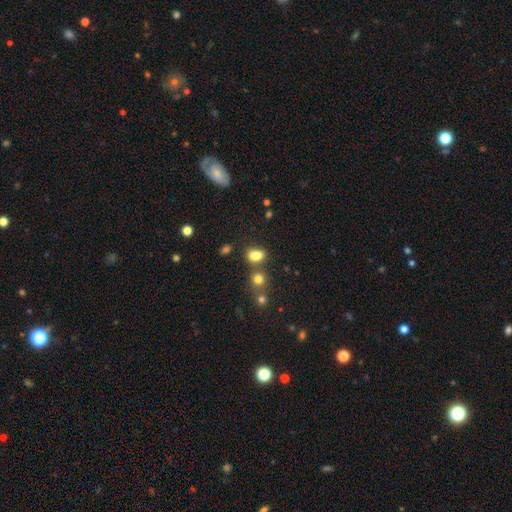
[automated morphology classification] A smooth galaxy with no disk features (80%) that is in between round and cigar-shaped (77%).

Vote fractions:
- Smooth or featured? smooth: 80% / star or artifact: 13% / featured or disk: 7%
- How rounded? in between: 77% / round: 21% / cigar-shaped: 2%
- Merging? none: 57% / merger: 24% / minor disturbance: 14% / major disturbance: 6%